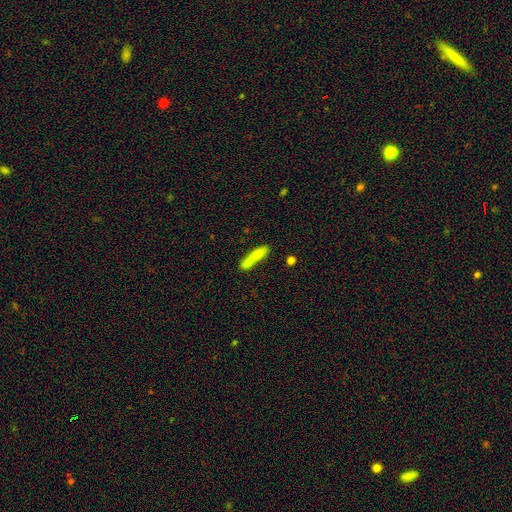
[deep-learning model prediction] smooth_or_featured: smooth (p=0.71) [alt: featured or disk p=0.22]
how_rounded: cigar-shaped (p=0.81) [alt: in between p=0.17]
merging: none (p=0.57) [alt: minor disturbance p=0.20]